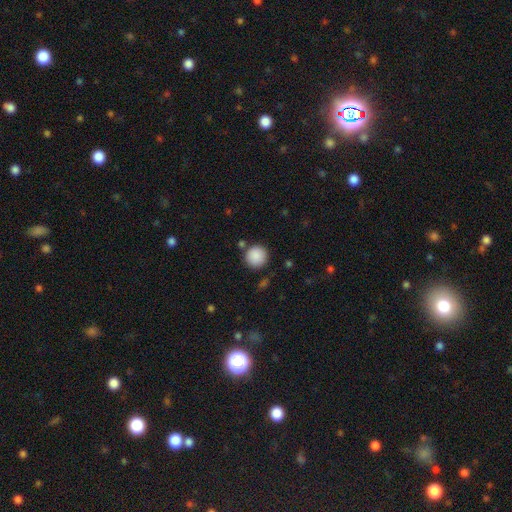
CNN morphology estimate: The model was most divided on "merging": none: 83%, minor disturbance: 9%, merger: 5%, major disturbance: 3%. More confident: how rounded — round (94%); smooth or featured — smooth (89%).